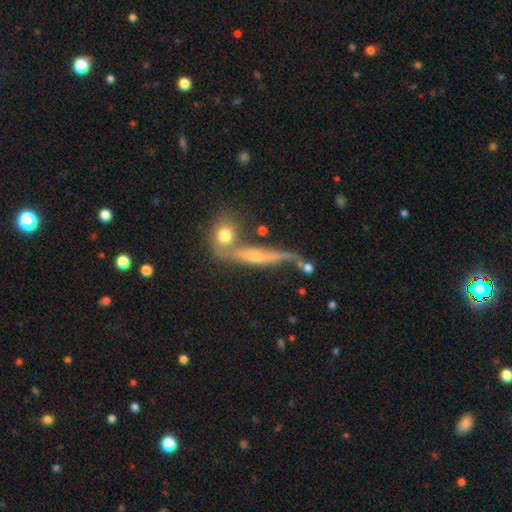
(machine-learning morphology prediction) Smooth or featured: featured or disk — 63% (smooth — 28%)
Edge-on disk: yes — 78% (no — 22%)
Merging: none — 47% (merger — 25%)